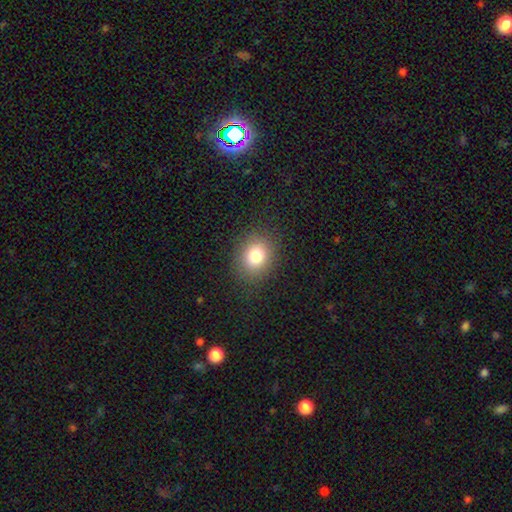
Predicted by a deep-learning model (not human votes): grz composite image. It shows a smooth galaxy with no disk features (80%) that is round (61%). Merging: none (87%).